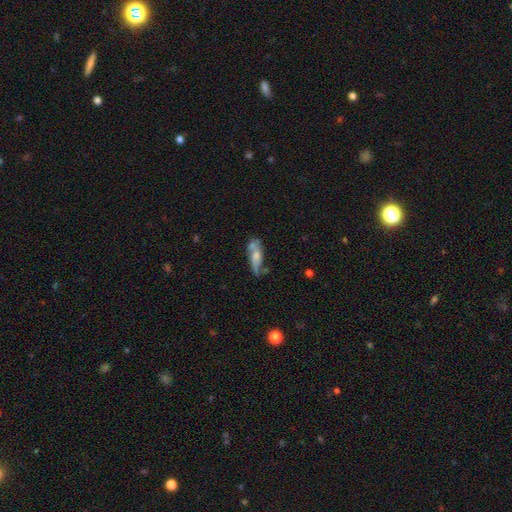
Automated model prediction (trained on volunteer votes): Morphology: type=smooth (52%); roundness=in between (59%); merging=none (42%).